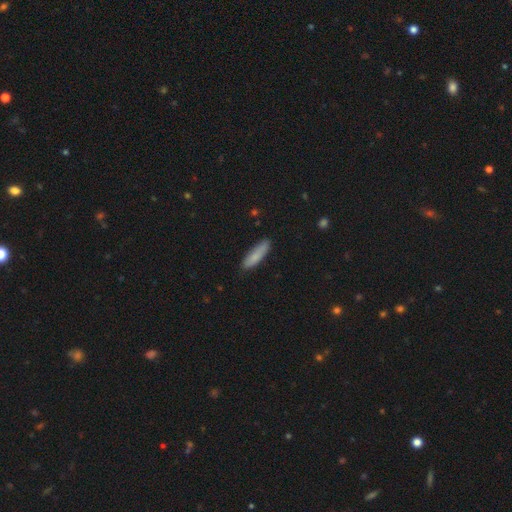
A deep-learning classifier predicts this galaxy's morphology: This appears to be a smooth galaxy with no disk features (84%) that is cigar-shaped (69%). Merging: none (84%).